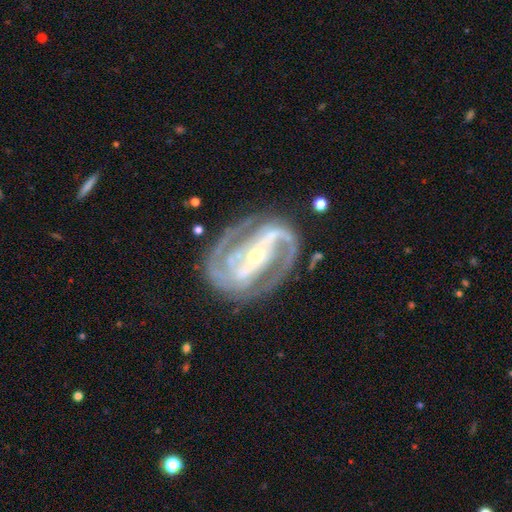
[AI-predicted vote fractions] Smooth or featured? Predicted: featured or disk (p=0.92). Edge-on disk? Predicted: no (p=0.97). Bar? Predicted: strong (p=0.69). Spiral arms? Predicted: yes (p=0.97). Spiral winding? Predicted: medium (p=0.47). Spiral arm count? Predicted: 2 (p=0.85). Bulge size? Predicted: small (p=0.71). Merging? Predicted: none (p=0.77).